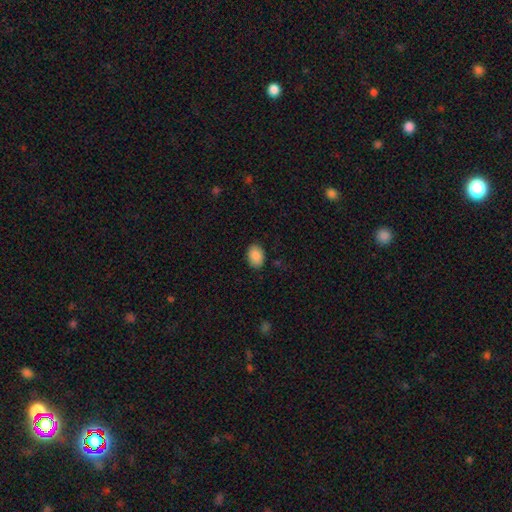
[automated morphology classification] The model was most divided on "how rounded": in between: 79%, round: 20%, cigar-shaped: 1%. More confident: smooth or featured — smooth (88%); merging — none (88%).